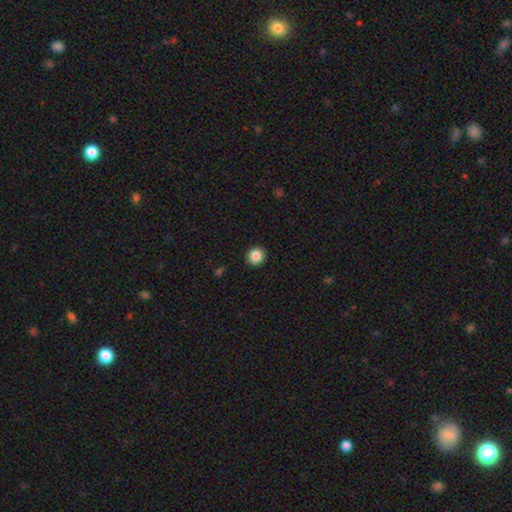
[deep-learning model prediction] A smooth galaxy with no disk features (87%) that is round (90%).

Vote fractions:
- Smooth or featured? smooth: 87% / star or artifact: 9% / featured or disk: 4%
- How rounded? round: 90% / in between: 9% / cigar-shaped: 1%
- Merging? none: 92% / minor disturbance: 5% / major disturbance: 2% / merger: 1%